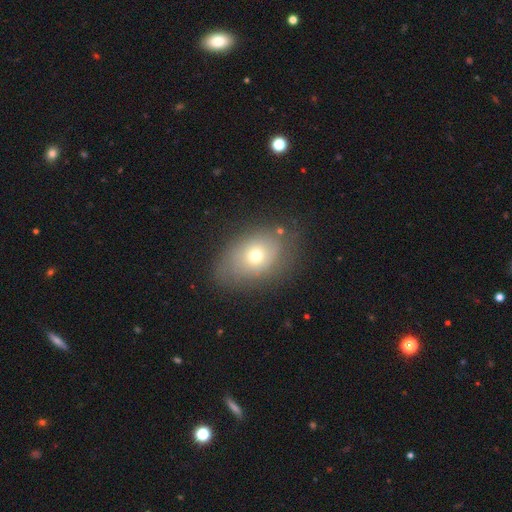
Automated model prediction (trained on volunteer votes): The model was most divided on "smooth or featured": smooth: 59%, featured or disk: 30%, star or artifact: 11%. More confident: how rounded — in between (77%); merging — none (74%).